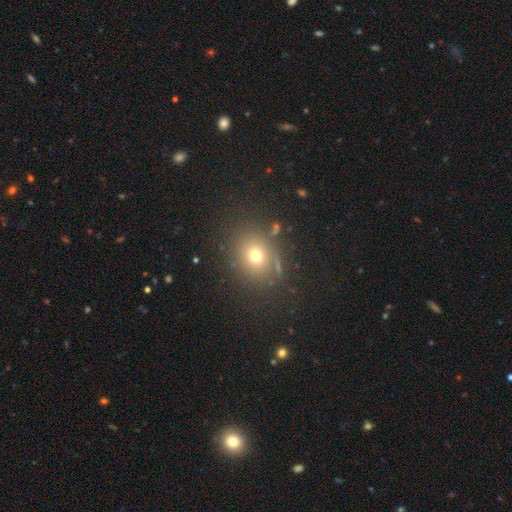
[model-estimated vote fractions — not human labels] This appears to be a smooth galaxy with no disk features (68%) that is round (67%). Merging: none (80%).